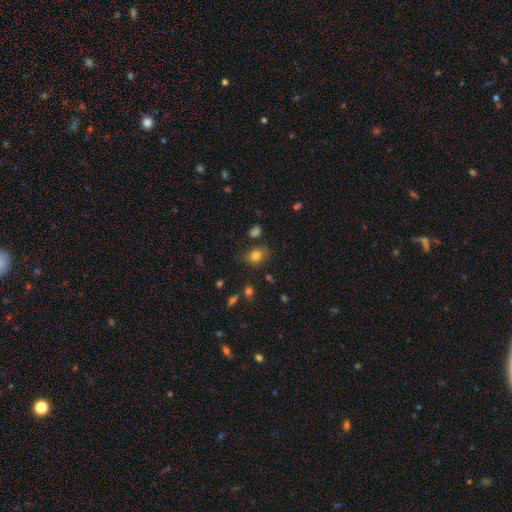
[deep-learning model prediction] Smooth or featured: smooth — 81% (star or artifact — 11%)
How rounded: in between — 59% (round — 40%)
Merging: none — 73% (minor disturbance — 18%)